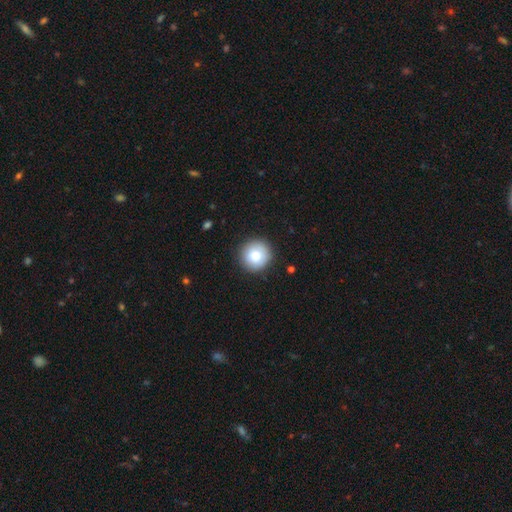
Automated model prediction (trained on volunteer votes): This appears to be a smooth galaxy with no disk features (81%) that is round (95%). Merging: none (90%).